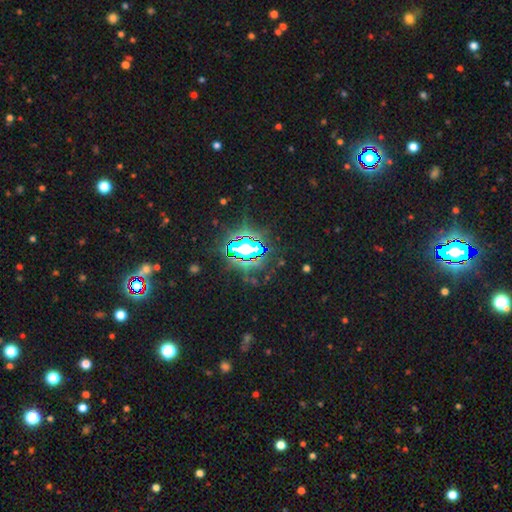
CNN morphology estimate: Smooth or featured? Predicted: star or artifact (p=0.83).